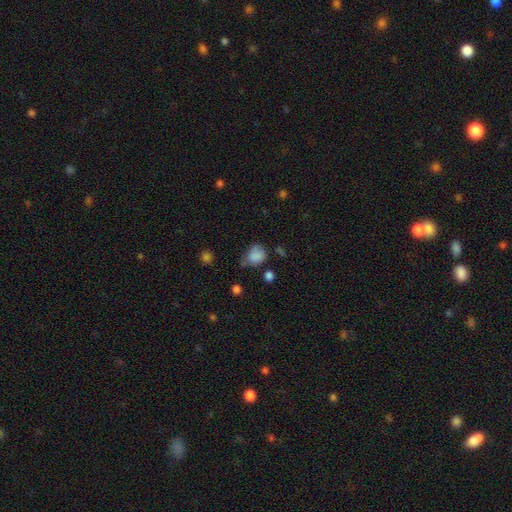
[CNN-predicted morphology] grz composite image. It shows a smooth galaxy with no disk features (78%) that is in between round and cigar-shaped (50%). Merging: none (40%).